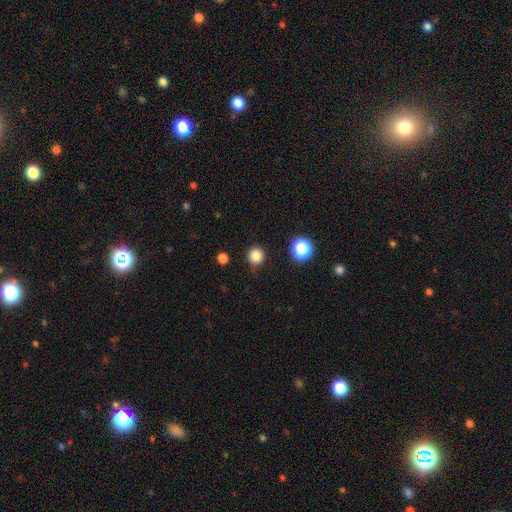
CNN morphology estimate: smooth_or_featured: smooth (p=0.83) [alt: star or artifact p=0.13]
how_rounded: round (p=0.92) [alt: in between p=0.07]
merging: none (p=0.85) [alt: minor disturbance p=0.11]